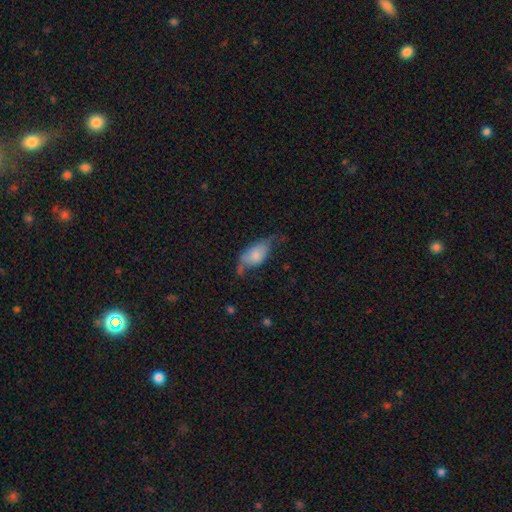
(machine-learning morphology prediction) This is likely a smooth galaxy (61%). How rounded: clearly in between (90%). Merging: marginally minor disturbance (37%).